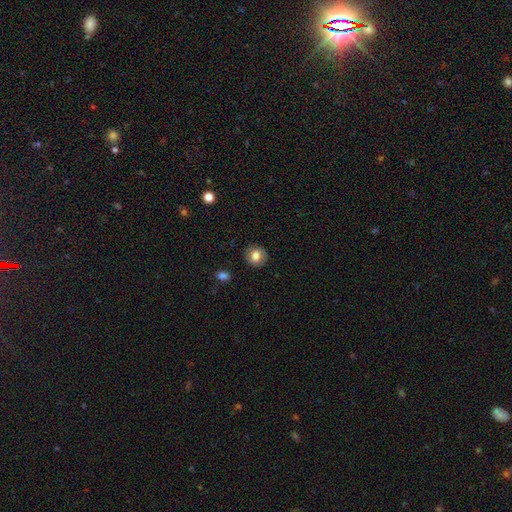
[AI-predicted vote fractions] smooth_or_featured: smooth (p=0.76) [alt: featured or disk p=0.15]
how_rounded: round (p=0.84) [alt: in between p=0.15]
merging: none (p=0.87) [alt: minor disturbance p=0.09]